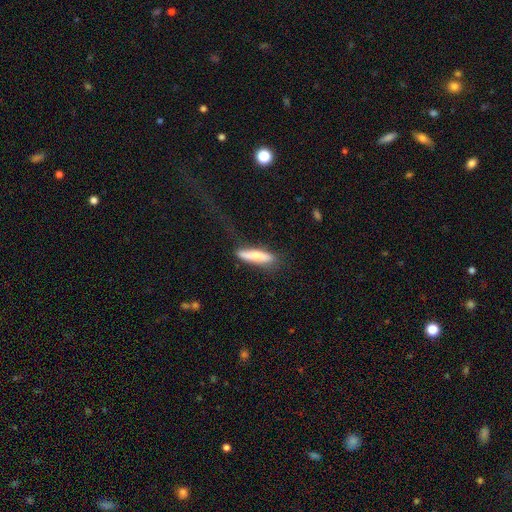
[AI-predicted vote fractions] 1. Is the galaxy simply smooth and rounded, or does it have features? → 70% smooth, 24% featured or disk, 5% star or artifact.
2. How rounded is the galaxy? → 82% cigar-shaped, 17% in between, 2% round.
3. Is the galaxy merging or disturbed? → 68% none, 21% minor disturbance, 9% major disturbance, 2% merger.